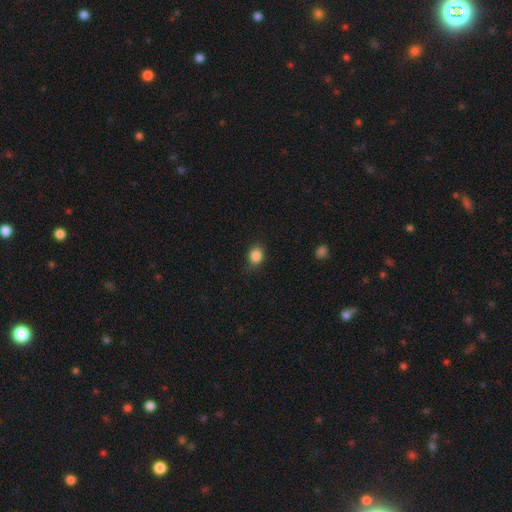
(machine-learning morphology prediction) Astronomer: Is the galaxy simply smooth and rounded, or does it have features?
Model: smooth — 86%.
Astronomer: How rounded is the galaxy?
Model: round — 53% (runner-up: in between, 46%).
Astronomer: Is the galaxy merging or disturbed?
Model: none — 74%.